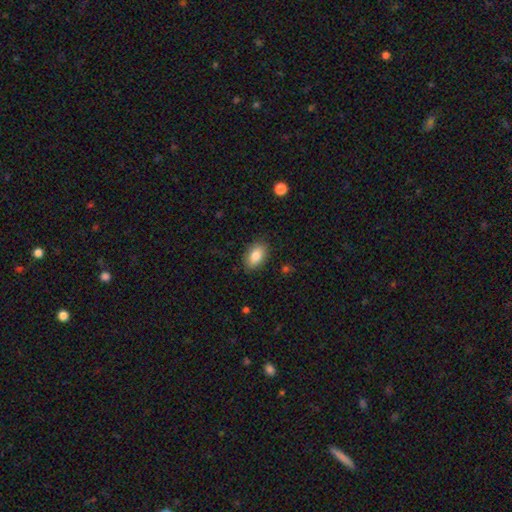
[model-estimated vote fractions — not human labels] The model was most divided on "smooth or featured": smooth: 83%, featured or disk: 9%, star or artifact: 7%. More confident: how rounded — in between (90%); merging — none (86%).